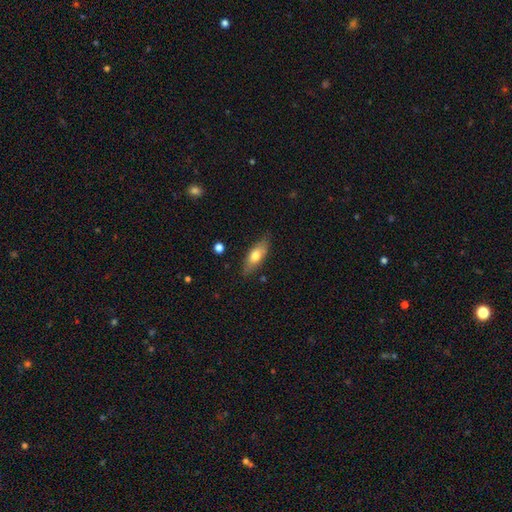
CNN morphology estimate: Q: Smooth or featured?
A: smooth (64%); runner-up: featured or disk (30%)
Q: How rounded?
A: in between (68%); runner-up: cigar-shaped (29%)
Q: Merging?
A: none (81%); runner-up: minor disturbance (15%)